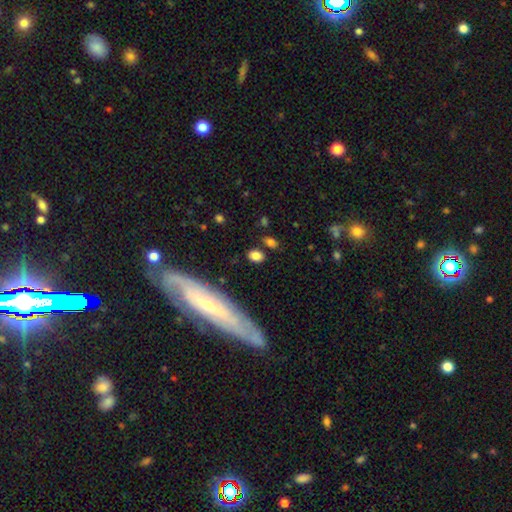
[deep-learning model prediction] smooth 79%, star or artifact 11%, featured or disk 10%. Down the decision tree: how rounded — in between (72%); merging — none (79%).